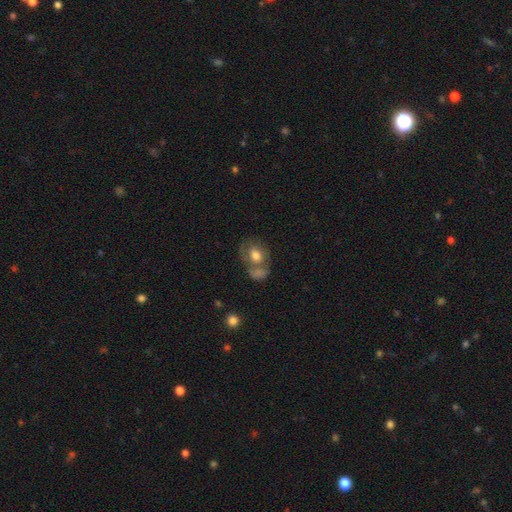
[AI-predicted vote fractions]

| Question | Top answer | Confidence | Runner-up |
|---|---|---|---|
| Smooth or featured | smooth | 61% | featured or disk (31%) |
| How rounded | in between | 59% | round (40%) |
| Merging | merger | 42% | none (35%) |